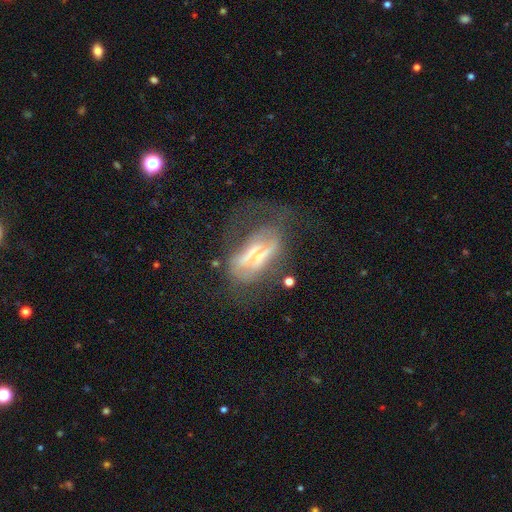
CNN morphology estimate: This appears to be a featured or disk galaxy (58%). Merging: major disturbance (44%).